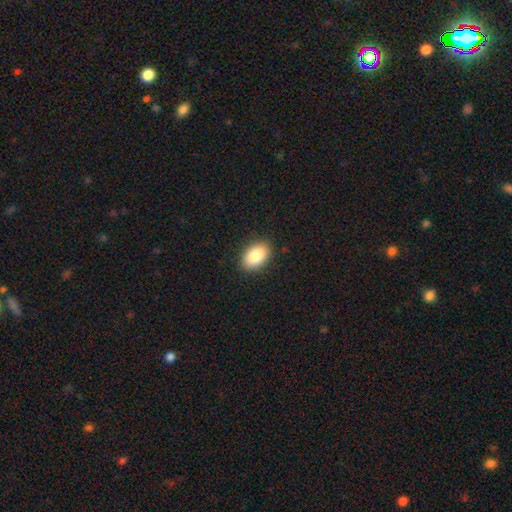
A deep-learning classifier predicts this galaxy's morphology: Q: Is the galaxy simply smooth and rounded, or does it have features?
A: smooth — 86%.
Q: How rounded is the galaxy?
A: in between — 90%.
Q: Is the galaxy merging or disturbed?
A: none — 90%.